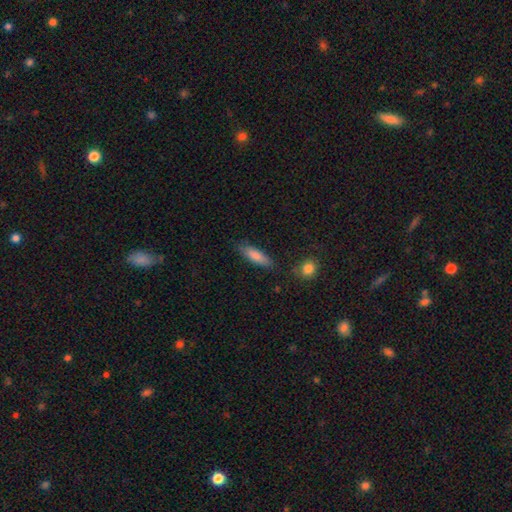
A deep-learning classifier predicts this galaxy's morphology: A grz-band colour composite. It shows a smooth galaxy with no disk features (82%) that is cigar-shaped (51%). Merging: none (78%).